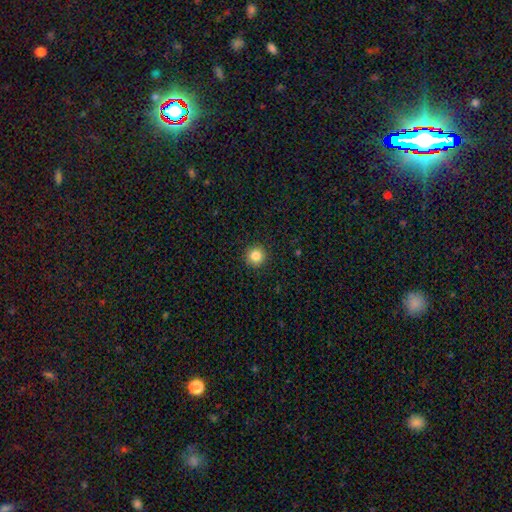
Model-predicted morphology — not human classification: The model was most divided on "smooth or featured": smooth: 84%, star or artifact: 11%, featured or disk: 5%. More confident: how rounded — round (96%); merging — none (93%).